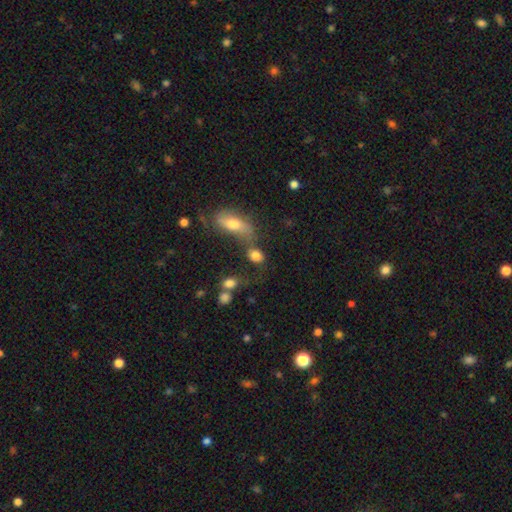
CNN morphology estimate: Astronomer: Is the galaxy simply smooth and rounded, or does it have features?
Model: smooth — 79%.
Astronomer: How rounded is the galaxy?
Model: in between — 59% (runner-up: round, 37%).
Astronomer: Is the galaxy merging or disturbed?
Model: none — 46% (runner-up: merger, 28%).